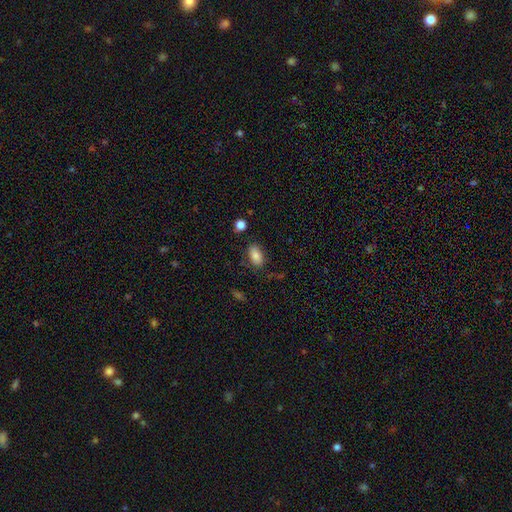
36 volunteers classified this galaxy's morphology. Volunteers were most divided on "merging": none: 82%, minor disturbance: 12%, major disturbance: 6%, merger: 0%. More confident: how rounded — in between (94%); smooth or featured — smooth (86%).